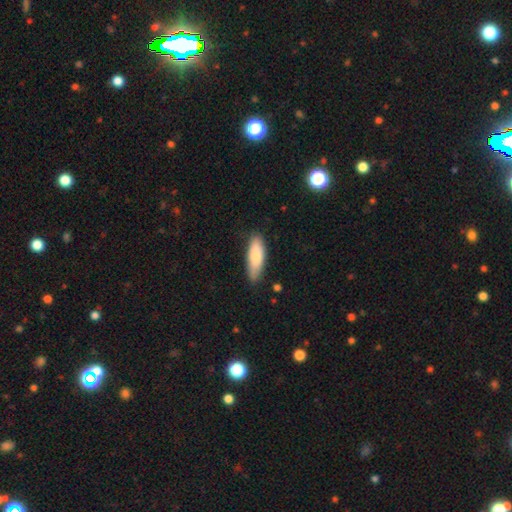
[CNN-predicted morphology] smooth-or-featured: smooth: 83% | featured or disk: 12% | star or artifact: 5%
  how-rounded: in between: 56% | cigar-shaped: 43% | round: 2%
  merging: none: 80% | minor disturbance: 15% | major disturbance: 3% | merger: 1%